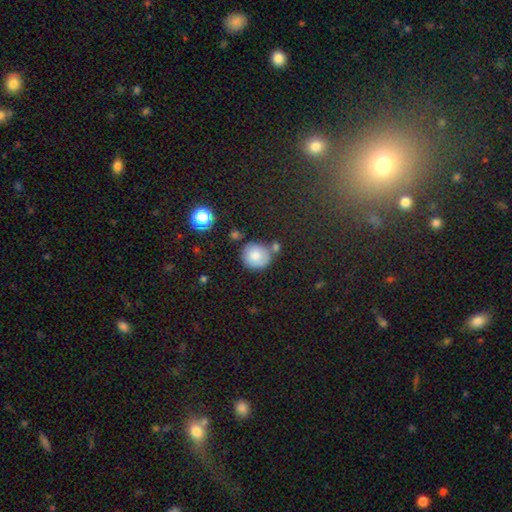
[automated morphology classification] Smooth or featured: smooth — 78% (featured or disk — 11%)
How rounded: round — 87% (in between — 12%)
Merging: none — 67% (minor disturbance — 16%)